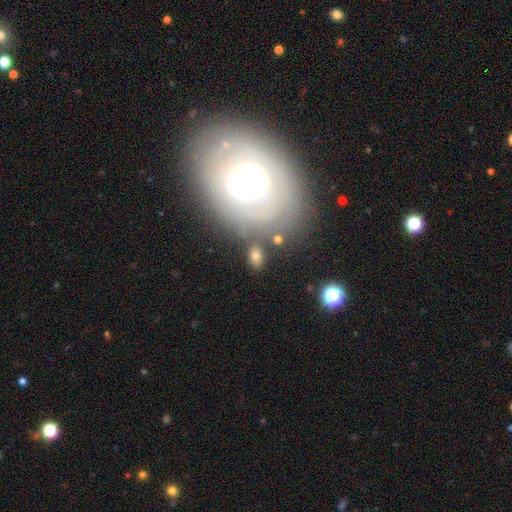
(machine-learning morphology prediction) Smooth or featured? Predicted: smooth (p=0.73). How rounded? Predicted: in between (p=0.86). Merging? Predicted: none (p=0.73).